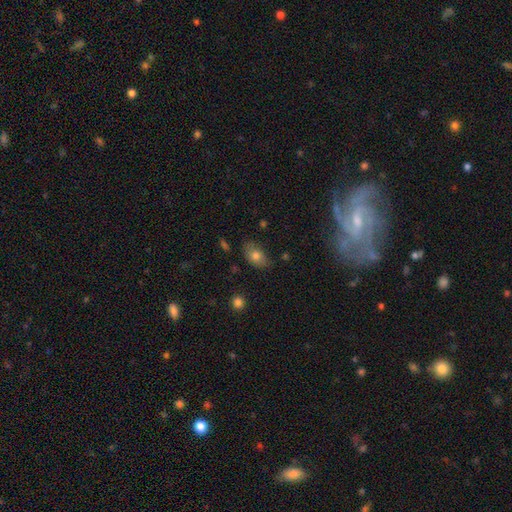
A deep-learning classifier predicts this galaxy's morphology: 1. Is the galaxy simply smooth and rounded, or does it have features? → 77% smooth, 14% featured or disk, 9% star or artifact.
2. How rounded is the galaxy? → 88% in between, 10% round, 2% cigar-shaped.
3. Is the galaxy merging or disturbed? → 68% none, 25% minor disturbance, 5% major disturbance, 2% merger.